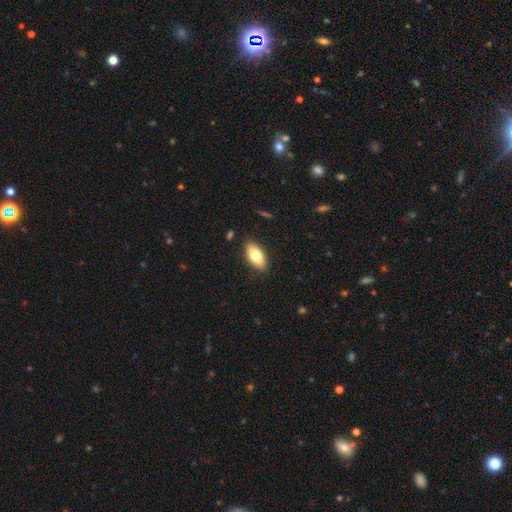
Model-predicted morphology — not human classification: Smooth or featured: smooth — 75% (featured or disk — 18%)
How rounded: in between — 89% (cigar-shaped — 7%)
Merging: none — 87% (minor disturbance — 10%)